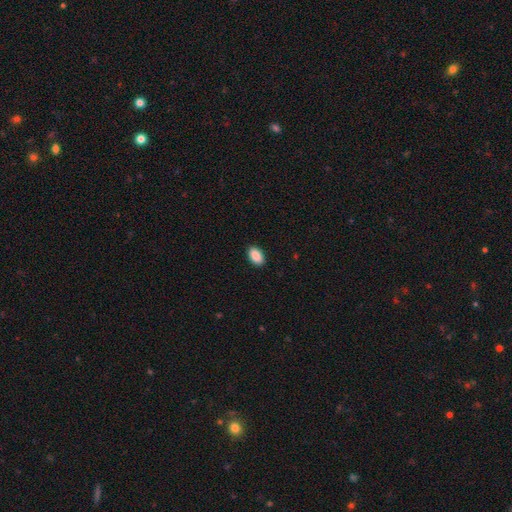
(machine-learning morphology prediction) This appears to be a smooth galaxy with no disk features (90%) that is in between round and cigar-shaped (94%). Merging: none (90%).